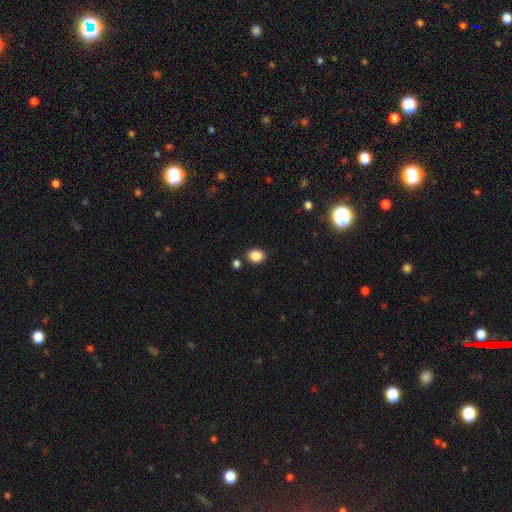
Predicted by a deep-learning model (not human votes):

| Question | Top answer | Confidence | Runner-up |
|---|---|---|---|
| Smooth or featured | smooth | 87% | star or artifact (9%) |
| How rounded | round | 51% | in between (48%) |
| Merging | none | 83% | minor disturbance (9%) |